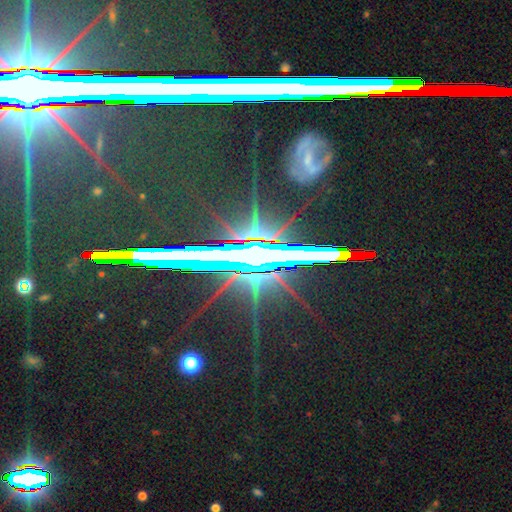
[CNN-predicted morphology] Overall: star or artifact (83%).